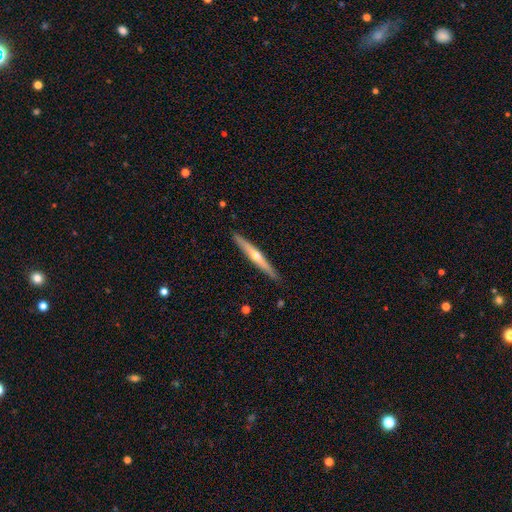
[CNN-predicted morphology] smooth_or_featured: featured or disk (p=0.65) [alt: smooth p=0.30]
disk_edge_on: yes (p=0.96) [alt: no p=0.04]
edge_on_bulge: rounded (p=0.84) [alt: none p=0.14]
merging: none (p=0.90) [alt: minor disturbance p=0.08]